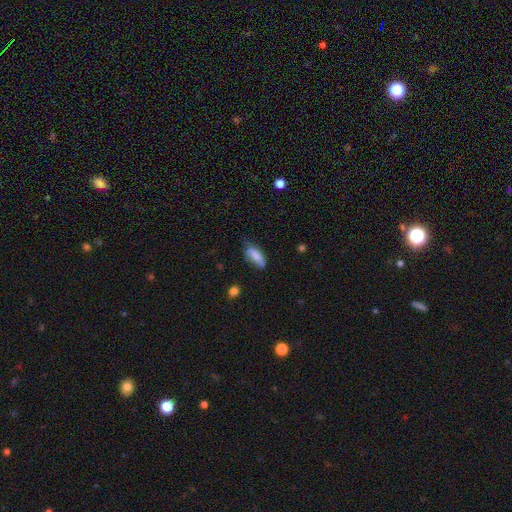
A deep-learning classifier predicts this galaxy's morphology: This appears to be a smooth galaxy with no disk features (76%) that is in between round and cigar-shaped (72%). Merging: none (52%).